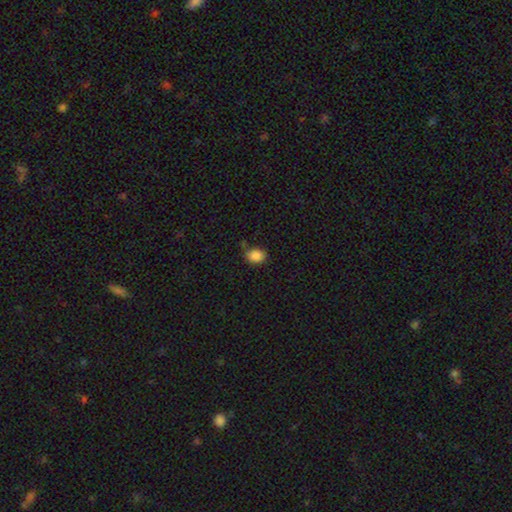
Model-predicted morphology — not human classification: Smooth or featured?
  - smooth: 87% *
  - star or artifact: 10%
  - featured or disk: 4%
How rounded?
  - in between: 58% *
  - round: 41%
  - cigar-shaped: 1%
Merging?
  - none: 71% *
  - minor disturbance: 20%
  - merger: 5%
  - major disturbance: 4%